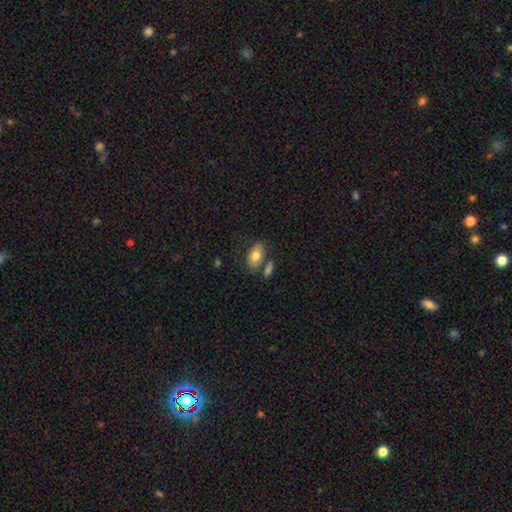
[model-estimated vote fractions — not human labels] Q: Smooth or featured?
A: smooth (75%); runner-up: featured or disk (18%)
Q: How rounded?
A: in between (89%); runner-up: round (9%)
Q: Merging?
A: none (61%); runner-up: merger (17%)